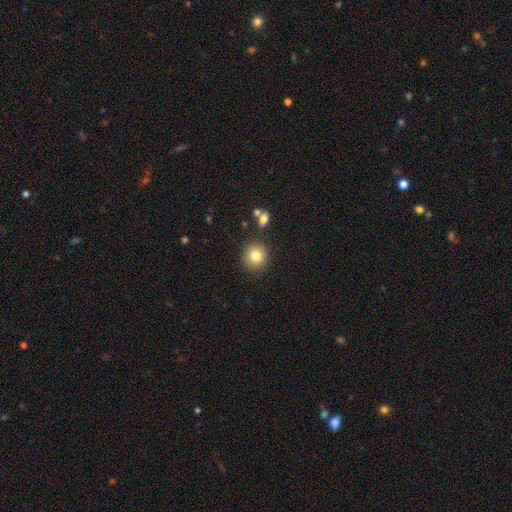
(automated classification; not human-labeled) Smooth or featured?
  - smooth: 81% *
  - star or artifact: 11%
  - featured or disk: 8%
How rounded?
  - round: 91% *
  - in between: 8%
  - cigar-shaped: 1%
Merging?
  - none: 86% *
  - minor disturbance: 8%
  - merger: 4%
  - major disturbance: 2%